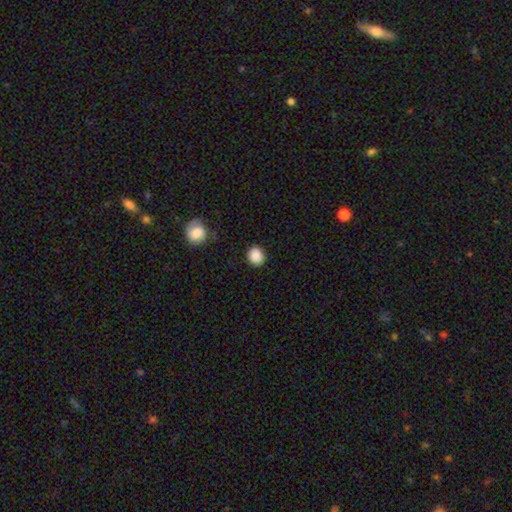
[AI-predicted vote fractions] smooth 88%, star or artifact 8%, featured or disk 3%. Down the decision tree: how rounded — round (66%); merging — none (86%).